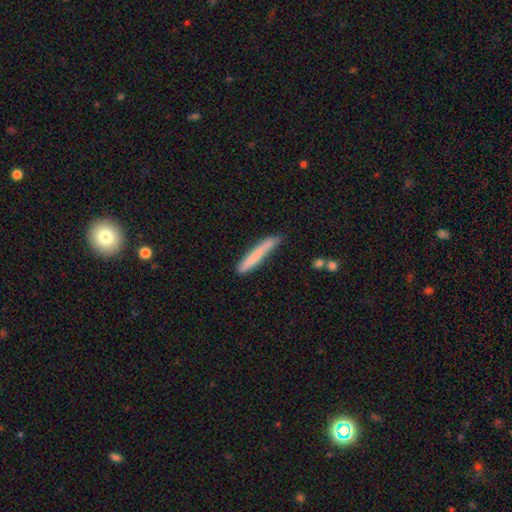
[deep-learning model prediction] smooth_or_featured: smooth (p=0.75) [alt: featured or disk p=0.19]
how_rounded: cigar-shaped (p=0.95) [alt: in between p=0.04]
merging: none (p=0.73) [alt: minor disturbance p=0.20]